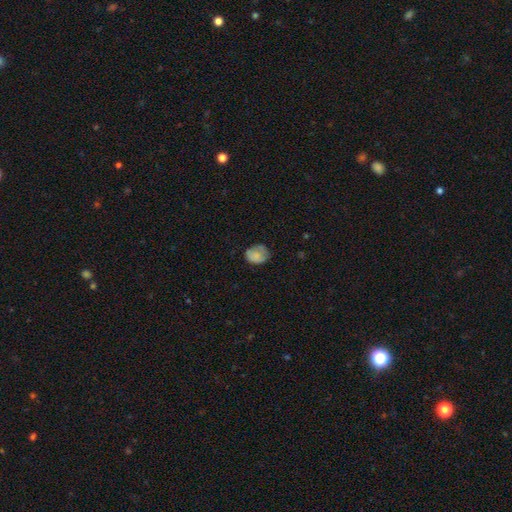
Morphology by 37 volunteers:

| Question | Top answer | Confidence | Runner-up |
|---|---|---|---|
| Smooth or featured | smooth | 73% | featured or disk (19%) |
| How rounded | round | 63% | in between (37%) |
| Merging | none | 65% | minor disturbance (32%) |